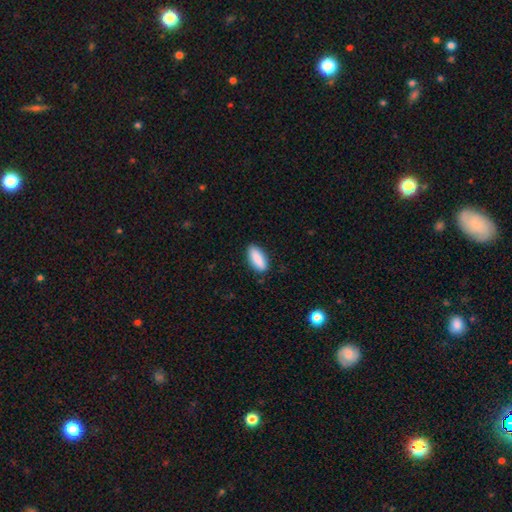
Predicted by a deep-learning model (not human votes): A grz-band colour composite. It shows a smooth galaxy with no disk features (88%) that is in between round and cigar-shaped (80%). Merging: none (87%).